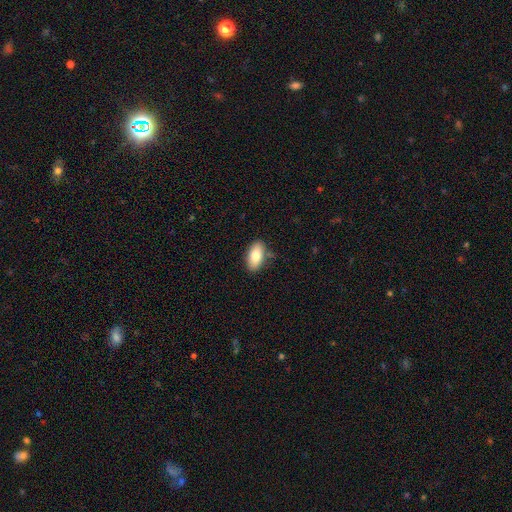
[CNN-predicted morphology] Smooth or featured?
  - smooth: 80% *
  - featured or disk: 13%
  - star or artifact: 7%
How rounded?
  - in between: 91% *
  - cigar-shaped: 5%
  - round: 4%
Merging?
  - none: 80% *
  - minor disturbance: 15%
  - major disturbance: 3%
  - merger: 3%